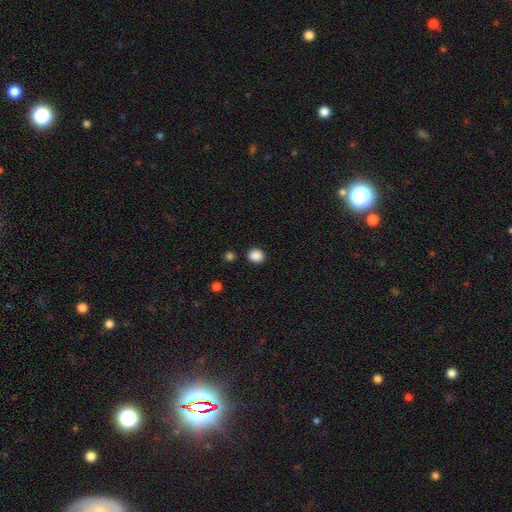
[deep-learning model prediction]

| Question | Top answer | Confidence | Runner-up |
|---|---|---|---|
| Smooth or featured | smooth | 87% | star or artifact (10%) |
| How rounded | round | 69% | in between (30%) |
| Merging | none | 88% | minor disturbance (7%) |